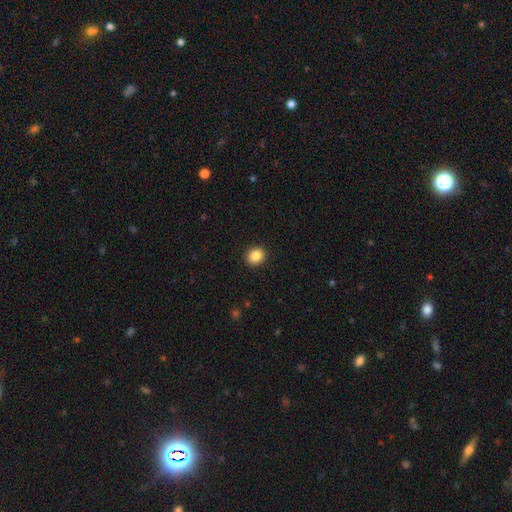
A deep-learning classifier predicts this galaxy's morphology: A smooth galaxy with no disk features (87%) that is round (71%). Merging: none (92%).